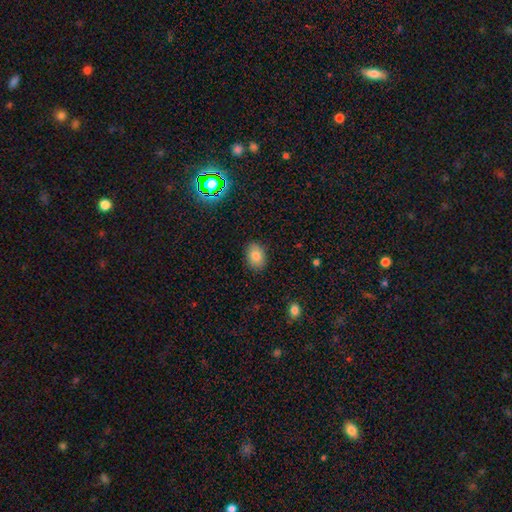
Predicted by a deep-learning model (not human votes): Smooth or featured? Predicted: smooth (p=0.83). How rounded? Predicted: in between (p=0.76). Merging? Predicted: none (p=0.88).